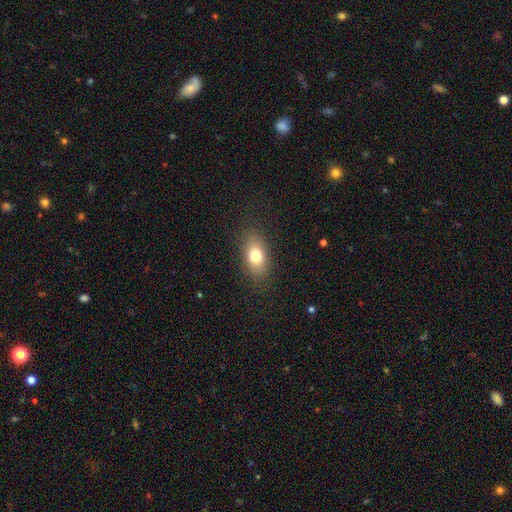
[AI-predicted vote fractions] Q: Smooth or featured?
A: smooth (77%); runner-up: featured or disk (14%)
Q: How rounded?
A: in between (82%); runner-up: round (13%)
Q: Merging?
A: none (84%); runner-up: minor disturbance (11%)